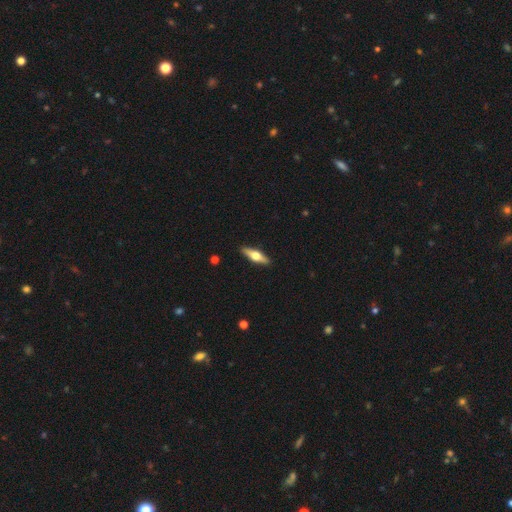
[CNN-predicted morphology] featured or disk 58%, smooth 36%, star or artifact 6%. Down the decision tree: edge-on disk — yes (94%); edge-on bulge — rounded (95%); merging — none (90%).